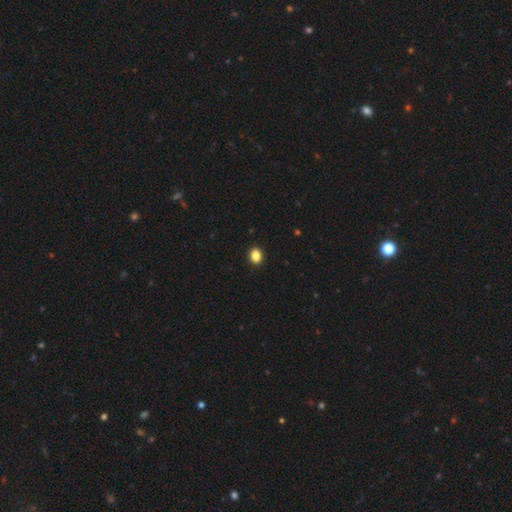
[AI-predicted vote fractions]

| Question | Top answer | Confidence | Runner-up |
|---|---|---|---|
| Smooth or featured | smooth | 87% | star or artifact (10%) |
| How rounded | in between | 58% | round (41%) |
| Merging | none | 91% | minor disturbance (6%) |